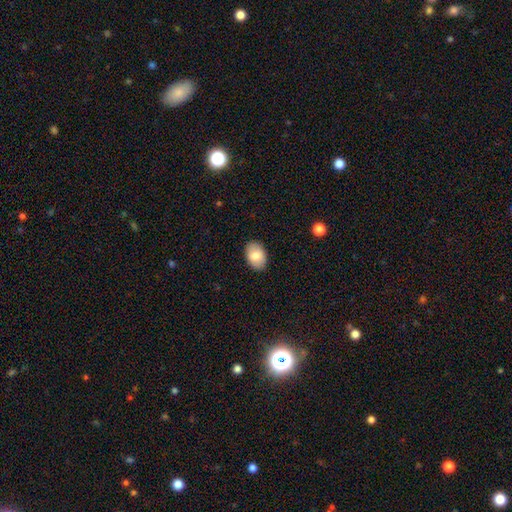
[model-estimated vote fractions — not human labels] Overall: smooth (80%). How rounded: in between (87%). Merging: none (88%).